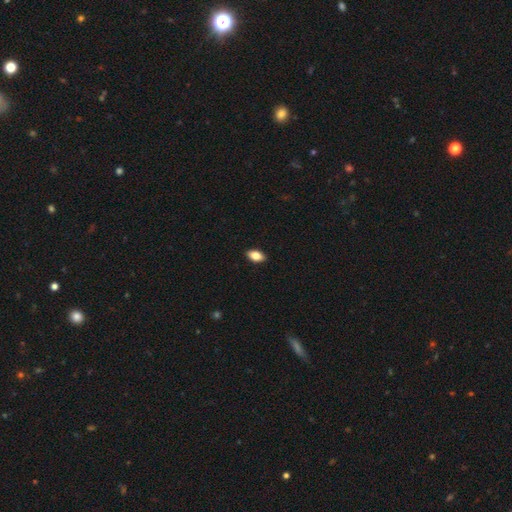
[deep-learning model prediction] Smooth or featured: smooth — 82% (featured or disk — 10%)
How rounded: in between — 91% (round — 6%)
Merging: none — 90% (minor disturbance — 8%)